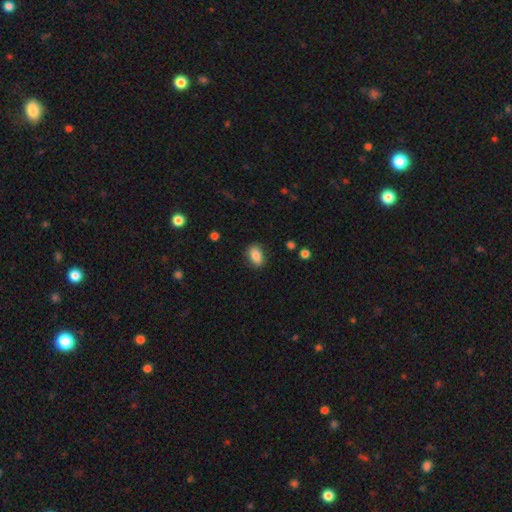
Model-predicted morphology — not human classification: A smooth galaxy with no disk features (85%) that is in between round and cigar-shaped (87%).

Vote fractions:
- Smooth or featured? smooth: 85% / star or artifact: 8% / featured or disk: 7%
- How rounded? in between: 87% / round: 10% / cigar-shaped: 3%
- Merging? none: 86% / minor disturbance: 10% / major disturbance: 3% / merger: 1%